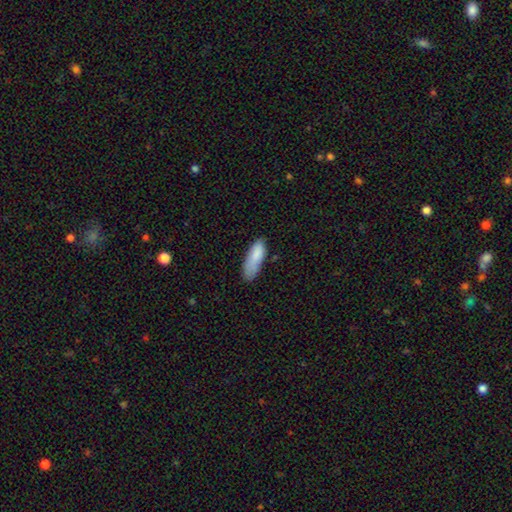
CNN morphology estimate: This appears to be a smooth galaxy with no disk features (85%) that is in between round and cigar-shaped (61%). Merging: none (55%).